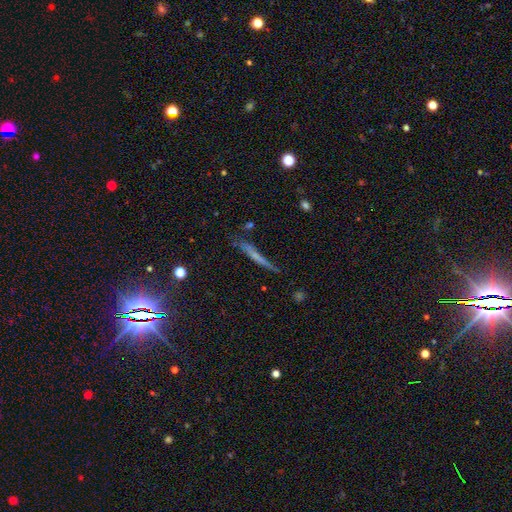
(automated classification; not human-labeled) Smooth or featured? smooth (45%)
Merging? none (75%)